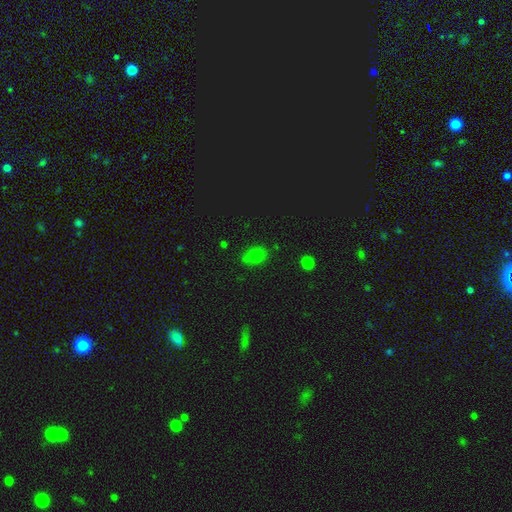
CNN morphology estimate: Smooth or featured: smooth — 75% (star or artifact — 17%)
How rounded: in between — 55% (round — 44%)
Merging: none — 72% (minor disturbance — 19%)